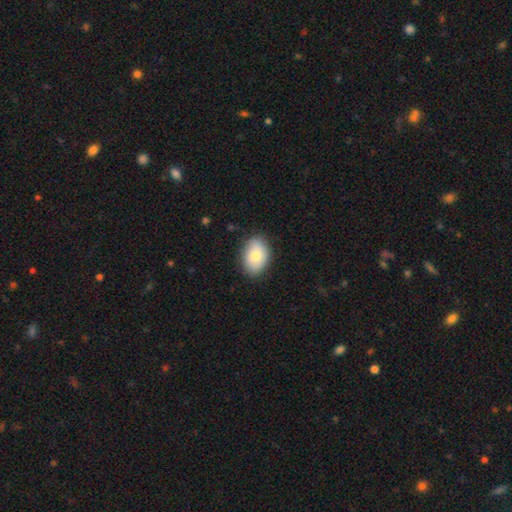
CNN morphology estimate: smooth-or-featured: smooth: 80% | featured or disk: 14% | star or artifact: 7%
  how-rounded: in between: 83% | round: 16% | cigar-shaped: 1%
  merging: none: 83% | minor disturbance: 13% | major disturbance: 3% | merger: 1%